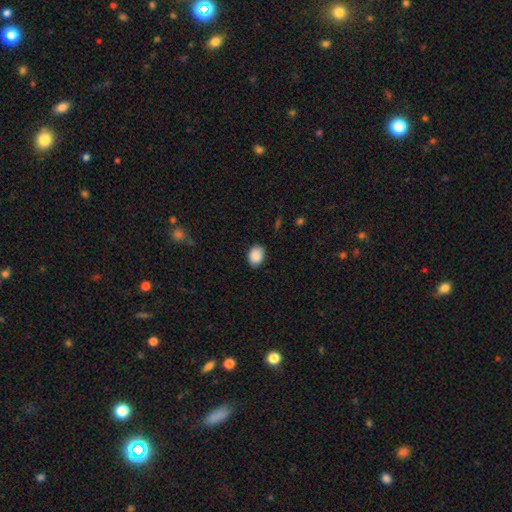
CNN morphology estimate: Smooth or featured?
  - smooth: 89% *
  - star or artifact: 7%
  - featured or disk: 3%
How rounded?
  - in between: 67% *
  - round: 32%
  - cigar-shaped: 1%
Merging?
  - none: 85% *
  - minor disturbance: 12%
  - major disturbance: 3%
  - merger: 1%